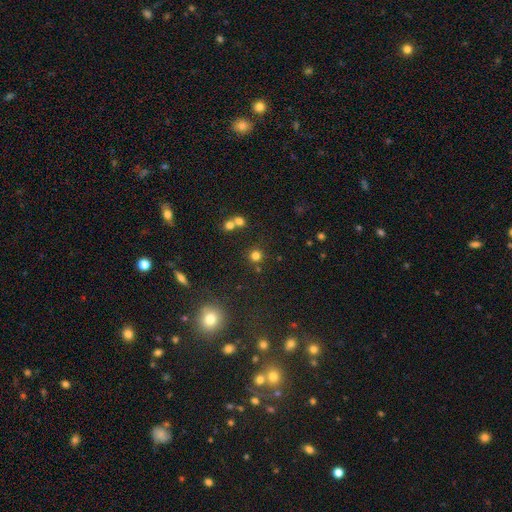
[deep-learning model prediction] This appears to be a smooth galaxy with no disk features (74%) that is round (93%). Merging: none (78%).